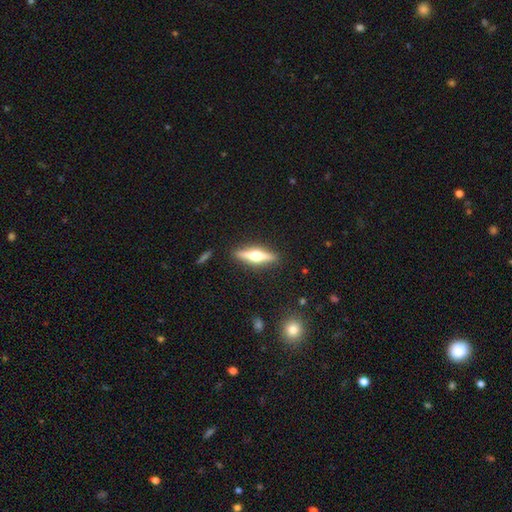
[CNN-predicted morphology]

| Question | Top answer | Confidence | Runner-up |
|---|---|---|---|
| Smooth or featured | featured or disk | 69% | smooth (26%) |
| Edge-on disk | yes | 96% | no (4%) |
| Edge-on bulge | rounded | 95% | boxy (3%) |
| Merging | none | 90% | minor disturbance (7%) |